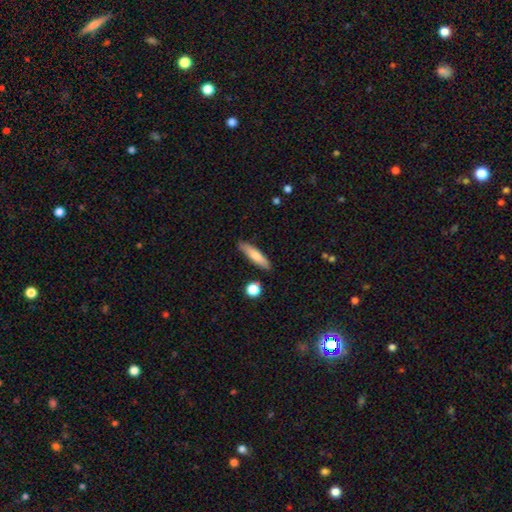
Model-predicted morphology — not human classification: Overall: smooth (75%). How rounded: cigar-shaped (80%). Merging: none (86%).